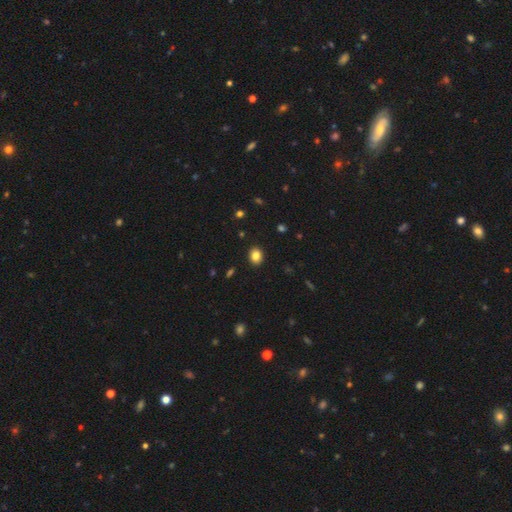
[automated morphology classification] Q: Smooth or featured?
A: smooth (85%); runner-up: star or artifact (10%)
Q: How rounded?
A: in between (50%); runner-up: round (49%)
Q: Merging?
A: none (91%); runner-up: minor disturbance (6%)